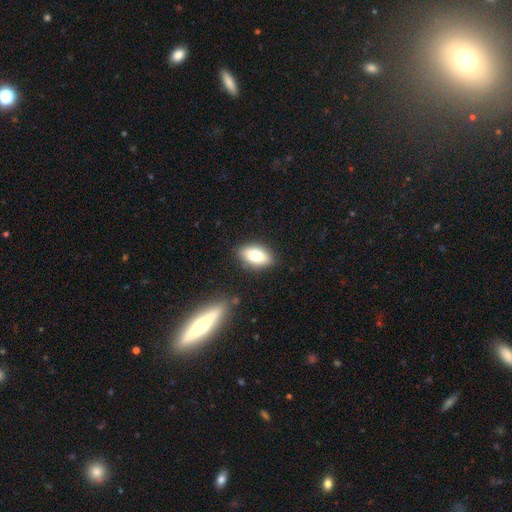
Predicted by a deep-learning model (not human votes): Smooth or featured: smooth — 75% (featured or disk — 17%)
How rounded: in between — 89% (cigar-shaped — 6%)
Merging: none — 84% (minor disturbance — 11%)